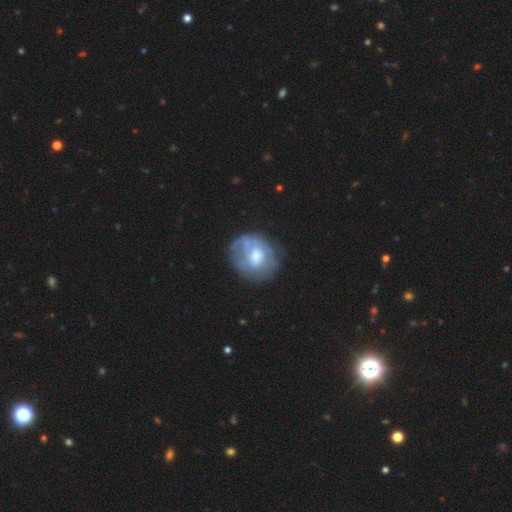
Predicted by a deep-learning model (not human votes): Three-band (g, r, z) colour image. It shows a featured or disk galaxy (49%). Merging: none (56%).